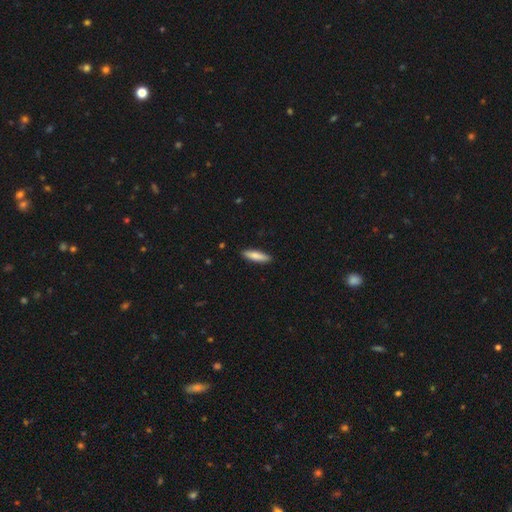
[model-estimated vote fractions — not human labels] Overall: smooth (82%). How rounded: cigar-shaped (75%). Merging: none (90%).